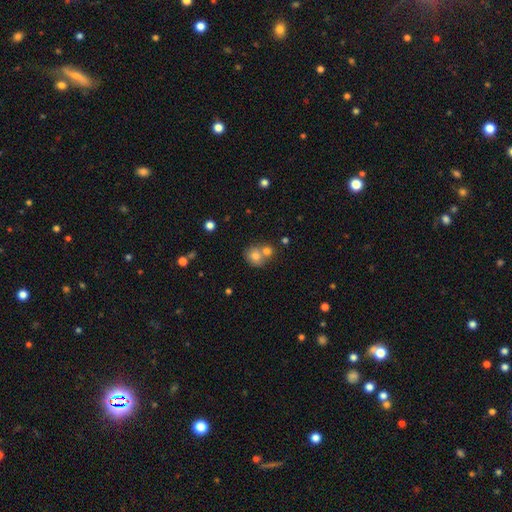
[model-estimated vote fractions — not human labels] A smooth galaxy with no disk features (77%) that is round (77%).

Vote fractions:
- Smooth or featured? smooth: 77% / featured or disk: 12% / star or artifact: 11%
- How rounded? round: 77% / in between: 22% / cigar-shaped: 1%
- Merging? merger: 46% / none: 42% / minor disturbance: 8% / major disturbance: 3%